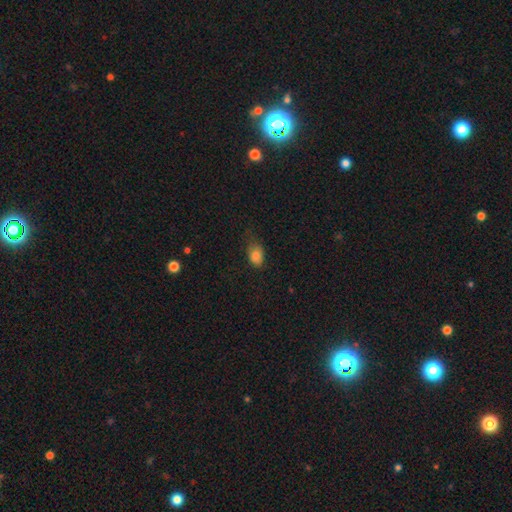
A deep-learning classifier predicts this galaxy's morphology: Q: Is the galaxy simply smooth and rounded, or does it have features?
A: smooth — 82%.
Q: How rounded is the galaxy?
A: in between — 77%.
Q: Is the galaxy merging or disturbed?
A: none — 51%.